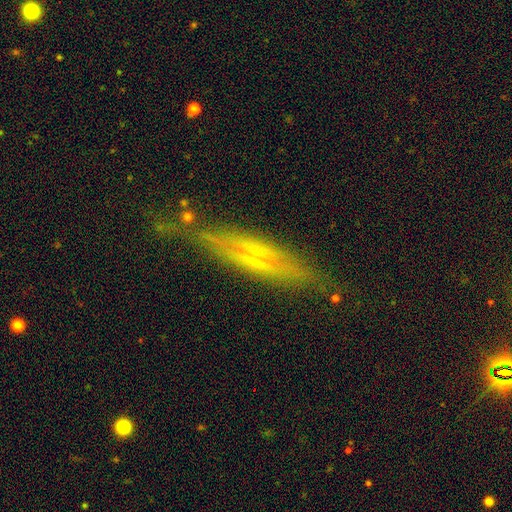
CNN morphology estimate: Smooth or featured? Predicted: featured or disk (p=0.66). Edge-on disk? Predicted: yes (p=0.86). Edge-on bulge? Predicted: rounded (p=0.53). Merging? Predicted: none (p=0.72).